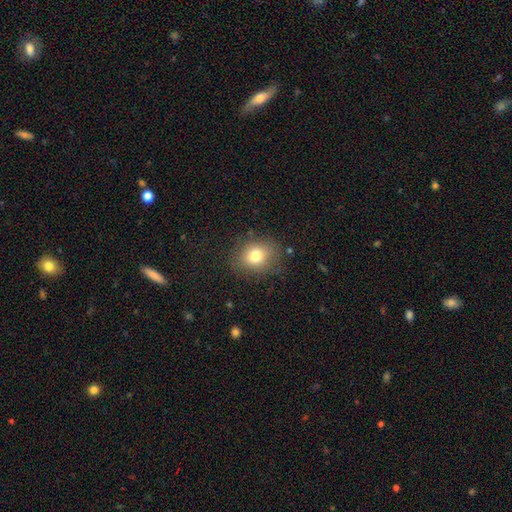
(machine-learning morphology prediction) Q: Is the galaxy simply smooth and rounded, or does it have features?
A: smooth — 78%.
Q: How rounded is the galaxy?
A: round — 65%.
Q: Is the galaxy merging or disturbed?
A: none — 80%.